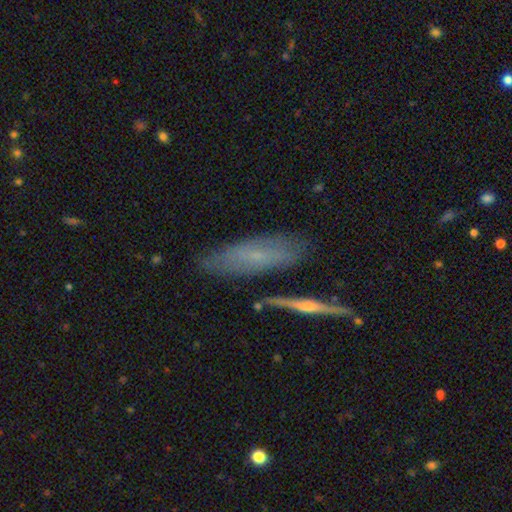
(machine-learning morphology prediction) A smooth galaxy with no disk features (46%). Merging: none (76%).